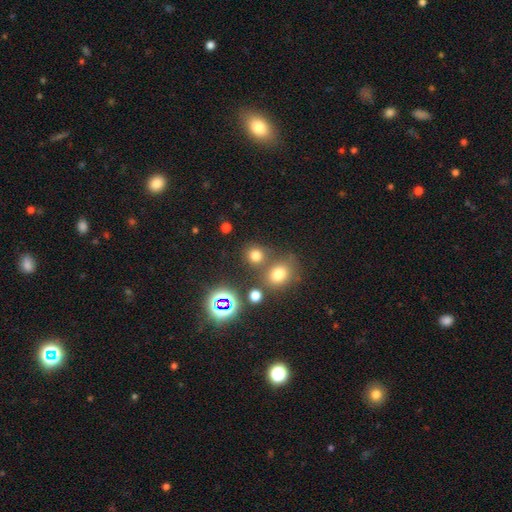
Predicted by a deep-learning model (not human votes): Smooth or featured? Predicted: smooth (p=0.69). How rounded? Predicted: round (p=0.83). Merging? Predicted: none (p=0.67).